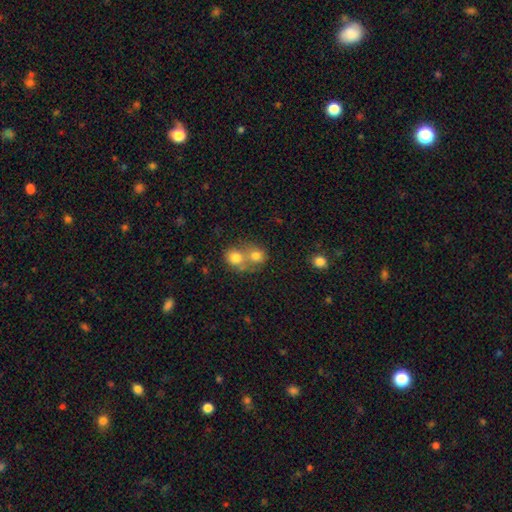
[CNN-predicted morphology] smooth-or-featured: smooth: 76% | featured or disk: 13% | star or artifact: 11%
  how-rounded: round: 76% | in between: 23% | cigar-shaped: 1%
  merging: merger: 60% | none: 30% | minor disturbance: 6% | major disturbance: 3%